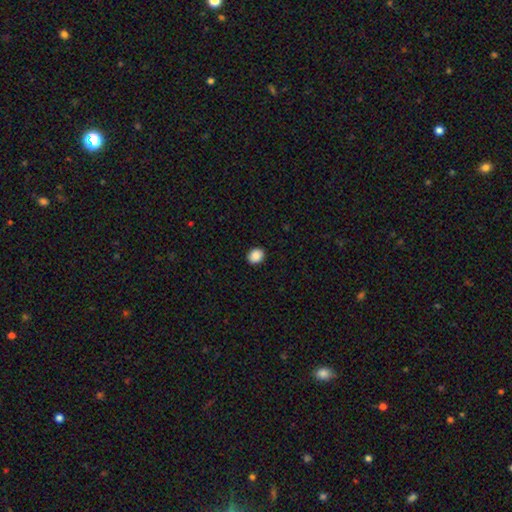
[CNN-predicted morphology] The model was most divided on "how rounded": round: 62%, in between: 37%, cigar-shaped: 1%. More confident: merging — none (91%); smooth or featured — smooth (89%).